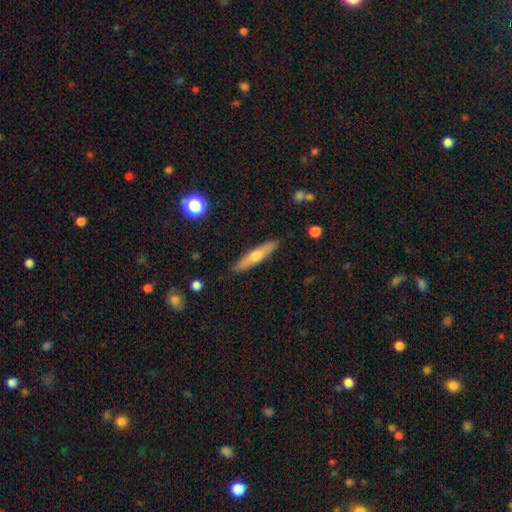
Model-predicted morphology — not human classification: Overall: smooth (51%; featured or disk 42%). How rounded: cigar-shaped (84%). Merging: none (89%).